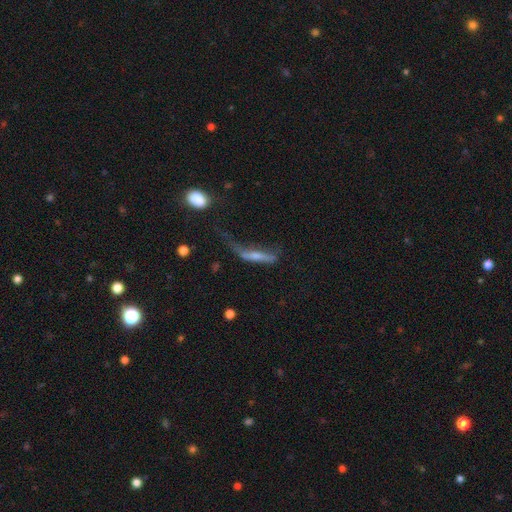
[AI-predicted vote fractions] Smooth or featured? Predicted: smooth (p=0.47). Merging? Predicted: major disturbance (p=0.48).